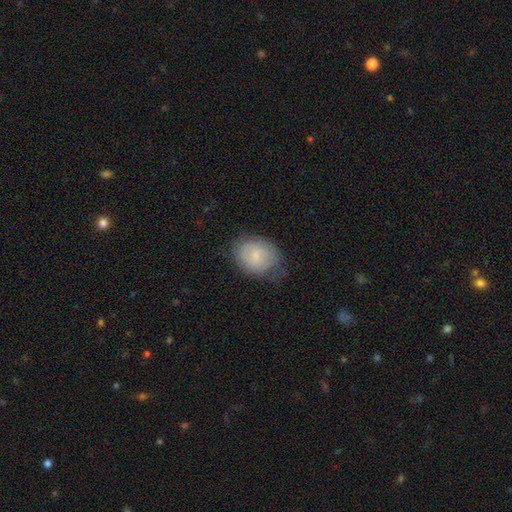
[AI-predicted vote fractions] Smooth or featured?
  - smooth: 76% *
  - featured or disk: 17%
  - star or artifact: 7%
How rounded?
  - round: 53% *
  - in between: 46%
  - cigar-shaped: 1%
Merging?
  - none: 62% *
  - minor disturbance: 28%
  - major disturbance: 9%
  - merger: 1%